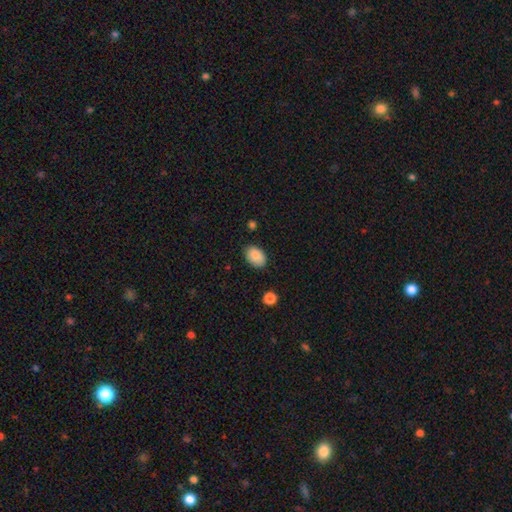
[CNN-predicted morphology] This appears to be a smooth galaxy with no disk features (87%) that is in between round and cigar-shaped (84%). Merging: none (82%).